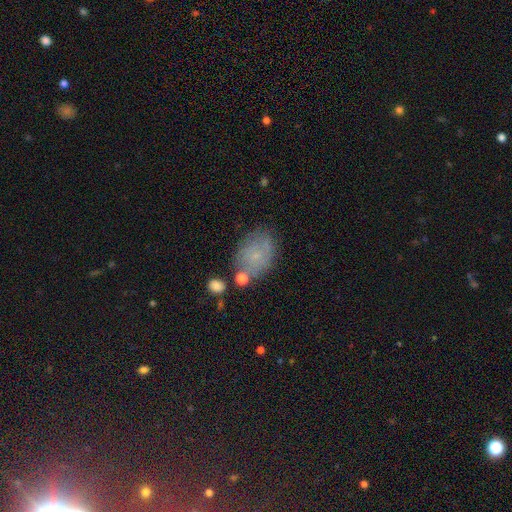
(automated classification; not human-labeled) Morphology: type=smooth (58%); roundness=in between (74%); merging=none (62%).